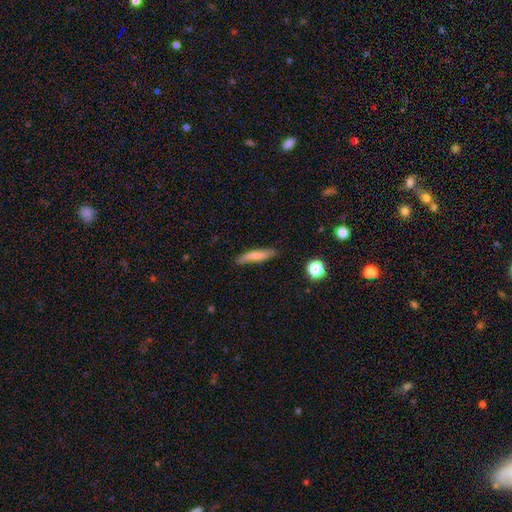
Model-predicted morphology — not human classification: Overall: smooth (73%). How rounded: cigar-shaped (85%). Merging: none (81%).